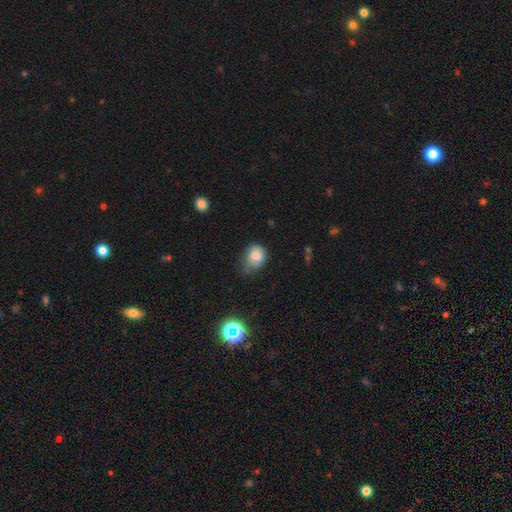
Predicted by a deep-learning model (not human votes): The model was most divided on "merging": minor disturbance: 43%, none: 40%, major disturbance: 13%, merger: 3%. More confident: smooth or featured — smooth (78%); how rounded — round (56%).